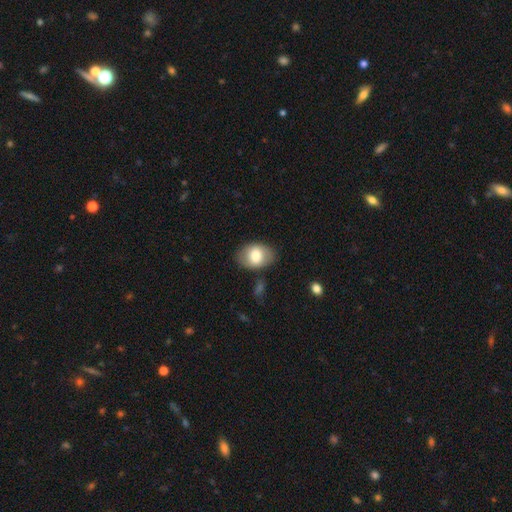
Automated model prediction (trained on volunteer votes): A smooth galaxy with no disk features (74%) that is in between round and cigar-shaped (81%).

Vote fractions:
- Smooth or featured? smooth: 74% / featured or disk: 19% / star or artifact: 7%
- How rounded? in between: 81% / round: 18% / cigar-shaped: 1%
- Merging? none: 80% / minor disturbance: 13% / major disturbance: 4% / merger: 3%